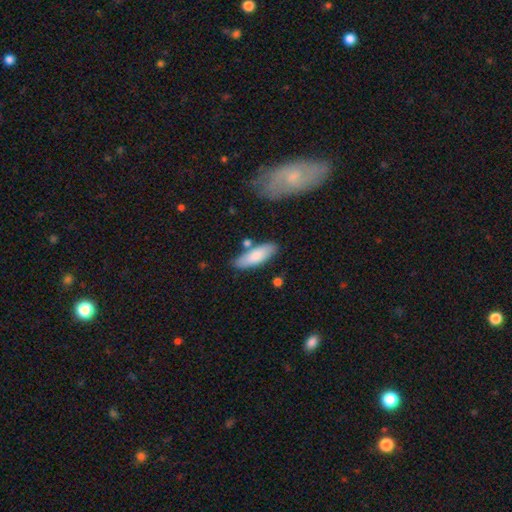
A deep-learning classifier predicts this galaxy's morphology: A smooth galaxy with no disk features (82%) that is in between round and cigar-shaped (63%). Merging: none (76%).